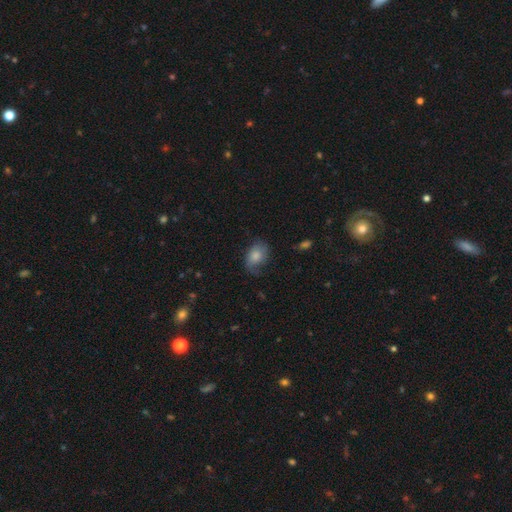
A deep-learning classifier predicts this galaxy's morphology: smooth_or_featured: smooth (p=0.73) [alt: featured or disk p=0.19]
how_rounded: in between (p=0.77) [alt: round p=0.21]
merging: none (p=0.53) [alt: minor disturbance p=0.31]